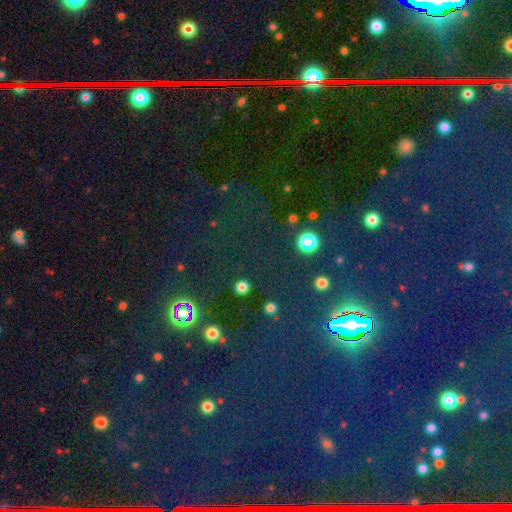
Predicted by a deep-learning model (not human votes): A star or artifact, not a galaxy (74%).